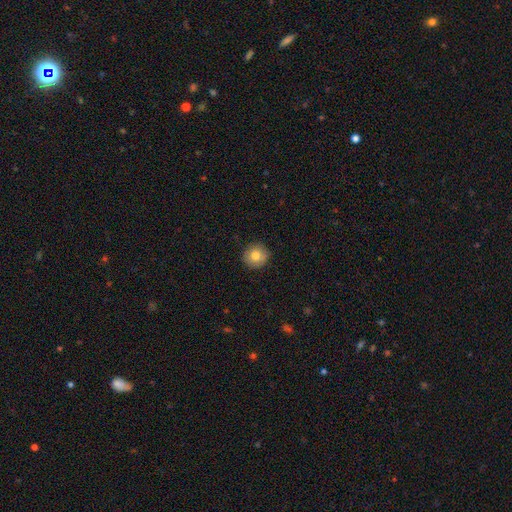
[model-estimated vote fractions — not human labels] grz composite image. It shows a smooth galaxy with no disk features (80%) that is round (93%). Merging: none (89%).